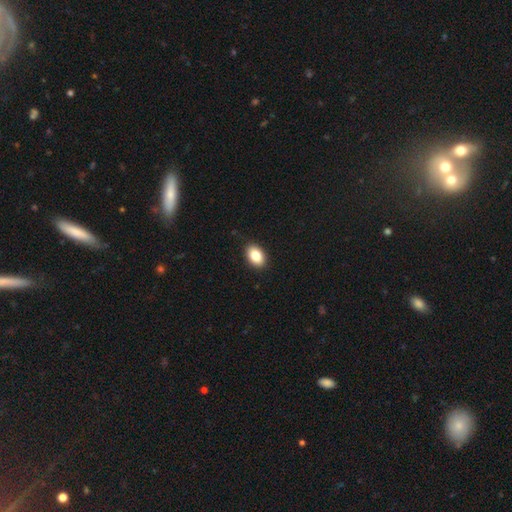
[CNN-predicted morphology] type=smooth (85%); roundness=in between (87%); merging=none (90%).